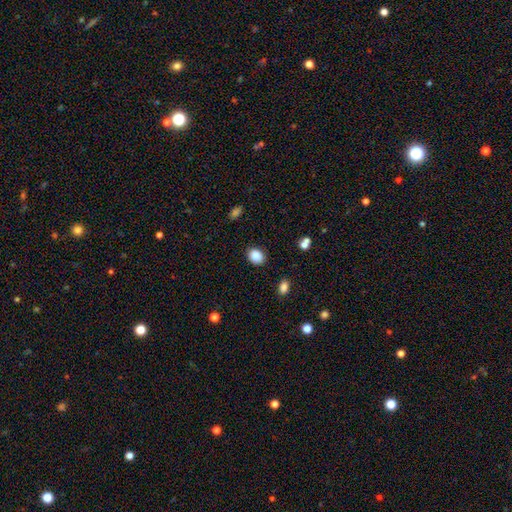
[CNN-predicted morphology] A smooth galaxy with no disk features (88%) that is round (56%).

Vote fractions:
- Smooth or featured? smooth: 88% / star or artifact: 9% / featured or disk: 3%
- How rounded? round: 56% / in between: 43% / cigar-shaped: 1%
- Merging? none: 87% / minor disturbance: 9% / major disturbance: 3% / merger: 2%